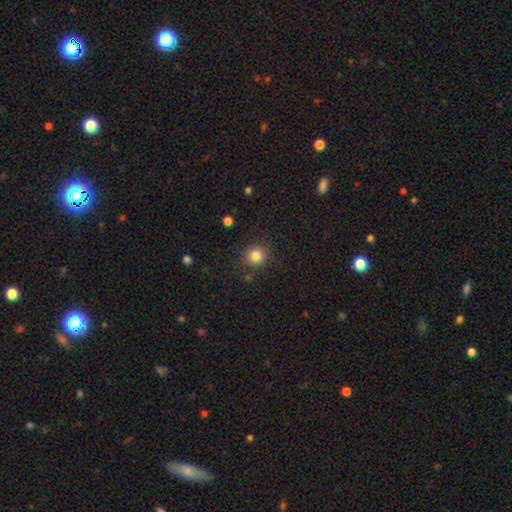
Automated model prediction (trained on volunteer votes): The model was most divided on "smooth or featured": smooth: 83%, star or artifact: 11%, featured or disk: 6%. More confident: how rounded — round (88%); merging — none (87%).